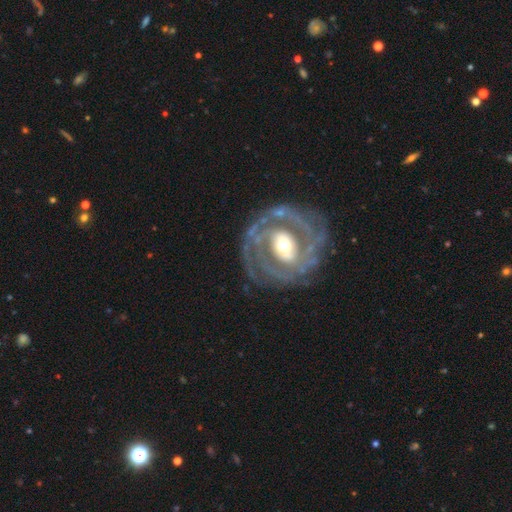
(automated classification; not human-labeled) Smooth or featured?
  - featured or disk: 88% *
  - smooth: 7%
  - star or artifact: 5%
Edge-on disk?
  - no: 96% *
  - yes: 4%
Bar?
  - weak: 39% *
  - strong: 37%
  - no: 24%
Spiral arms?
  - yes: 91% *
  - no: 9%
Spiral winding?
  - tight: 67% *
  - medium: 27%
  - loose: 6%
Spiral arm count?
  - 2: 48% *
  - can't tell: 22%
  - 3: 15%
  - 1: 5%
  - 4: 5%
  - more than 4: 4%
Bulge size?
  - moderate: 64% *
  - small: 22%
  - large: 12%
  - dominant: 1%
  - none: 1%
Merging?
  - none: 75% *
  - minor disturbance: 15%
  - major disturbance: 8%
  - merger: 2%